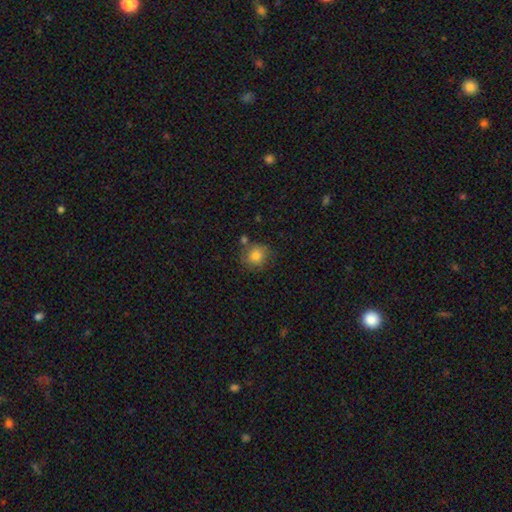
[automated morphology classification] Smooth or featured? smooth (80%)
How rounded? round (83%)
Merging? none (72%)